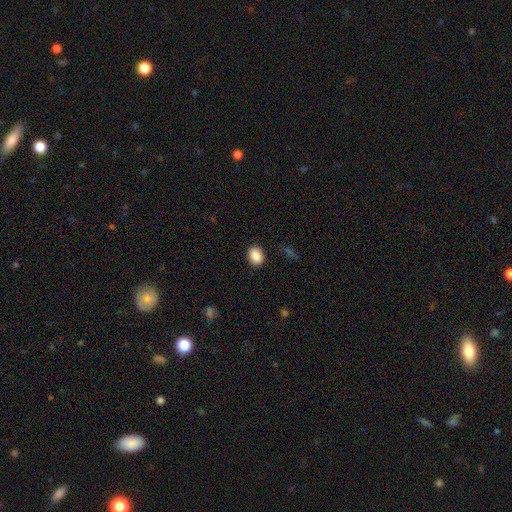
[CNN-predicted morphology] A smooth galaxy with no disk features (87%) that is in between round and cigar-shaped (56%). Merging: none (89%).